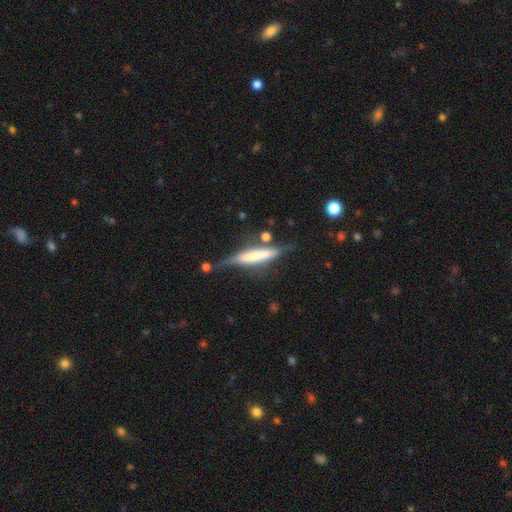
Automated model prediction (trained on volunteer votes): Smooth or featured? smooth (49%)
Merging? none (60%)